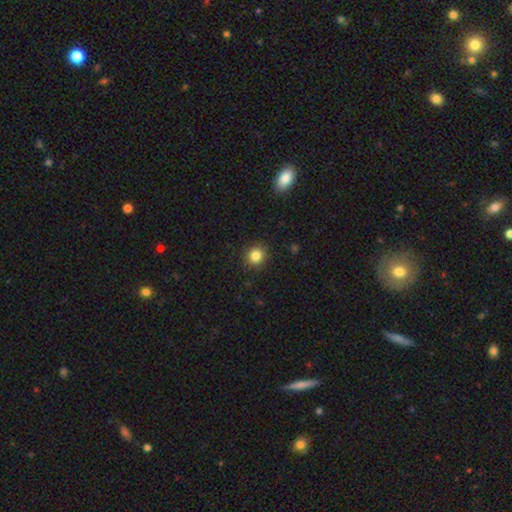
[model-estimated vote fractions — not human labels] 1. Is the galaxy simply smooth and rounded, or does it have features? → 84% smooth, 12% star or artifact, 5% featured or disk.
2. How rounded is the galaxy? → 90% round, 9% in between, 1% cigar-shaped.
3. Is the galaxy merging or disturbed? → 90% none, 6% minor disturbance, 2% major disturbance, 1% merger.